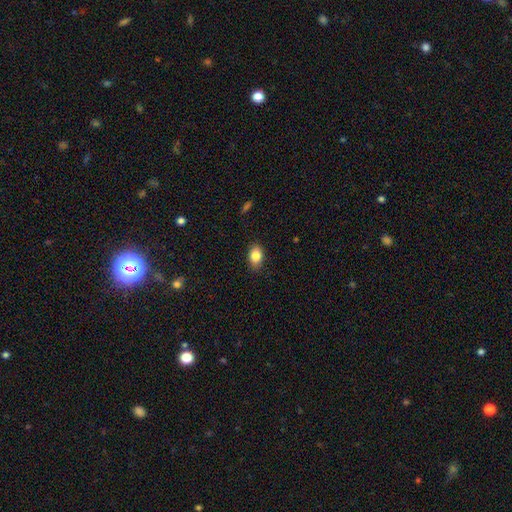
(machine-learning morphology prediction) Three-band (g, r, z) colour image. It shows a smooth galaxy with no disk features (85%) that is in between round and cigar-shaped (81%). Merging: none (86%).